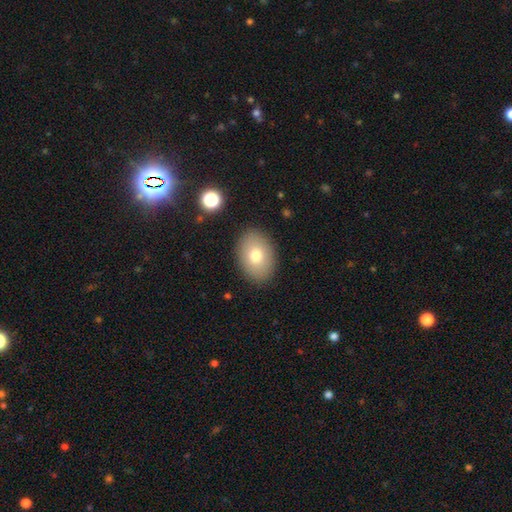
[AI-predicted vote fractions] Morphology: type=smooth (75%); roundness=in between (79%); merging=none (88%).